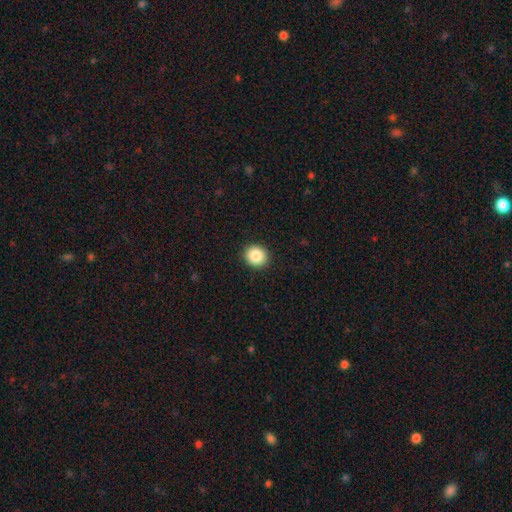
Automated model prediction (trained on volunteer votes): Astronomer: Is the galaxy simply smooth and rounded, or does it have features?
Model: smooth — 87%.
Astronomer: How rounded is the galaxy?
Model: round — 85%.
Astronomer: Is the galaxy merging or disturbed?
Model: none — 92%.